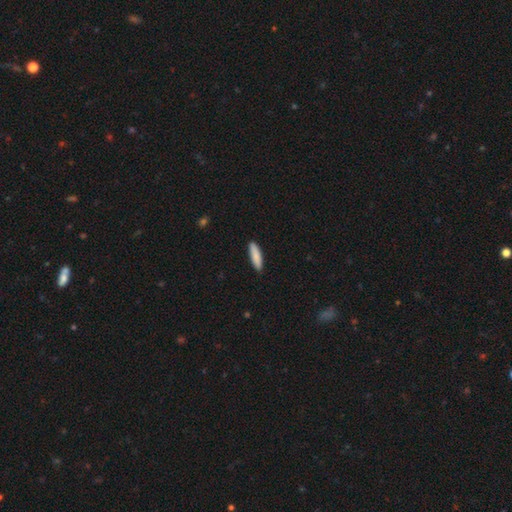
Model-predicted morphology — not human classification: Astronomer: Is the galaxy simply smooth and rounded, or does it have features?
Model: smooth — 87%.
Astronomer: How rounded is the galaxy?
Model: cigar-shaped — 68%.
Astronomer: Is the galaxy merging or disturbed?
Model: none — 88%.